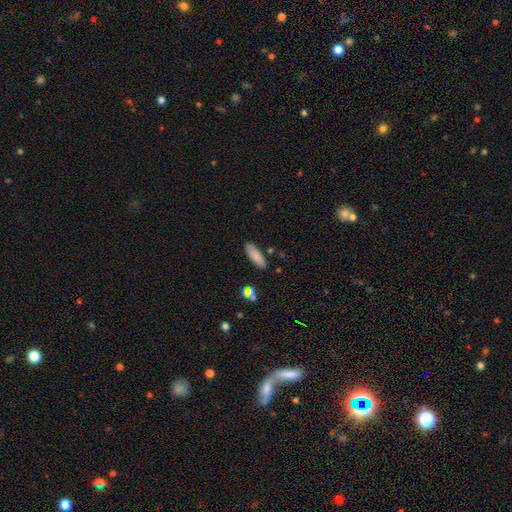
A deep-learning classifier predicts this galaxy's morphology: Smooth or featured? smooth (84%)
How rounded? in between (58%)
Merging? none (85%)